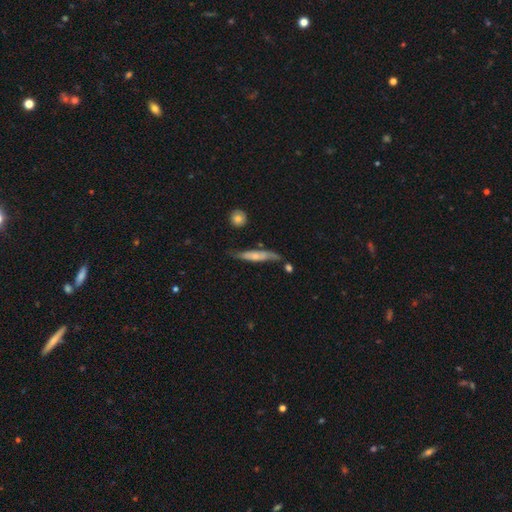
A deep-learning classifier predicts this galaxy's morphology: This is possibly a smooth galaxy (49%). Merging: possibly none (58%).